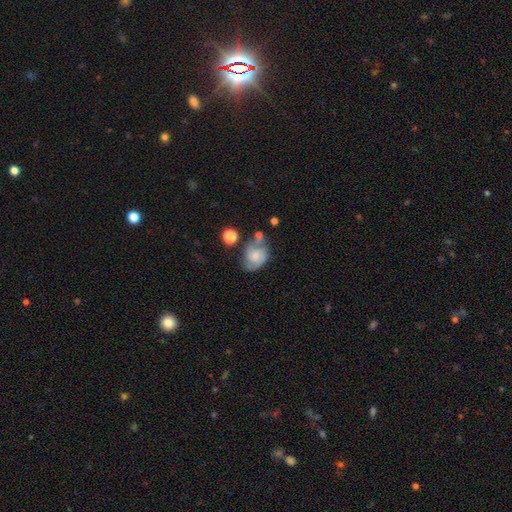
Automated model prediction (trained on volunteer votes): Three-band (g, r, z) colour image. It shows a featured or disk galaxy (57%) with no bar (66%), spiral arms (86%) and a small central bulge (53%). Merging: none (42%).